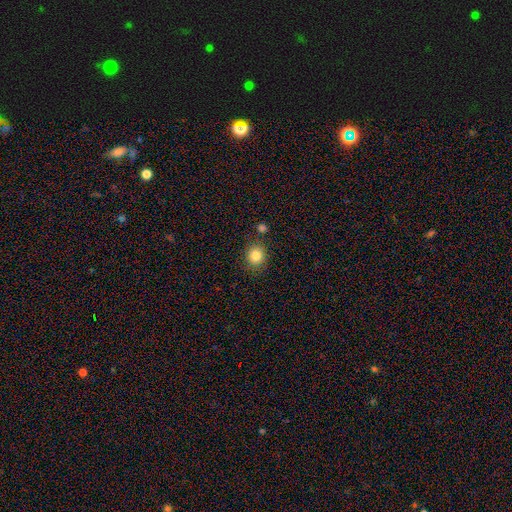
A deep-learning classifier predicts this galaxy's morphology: This is clearly a smooth galaxy (83%). How rounded: likely round (80%). Merging: clearly none (81%).